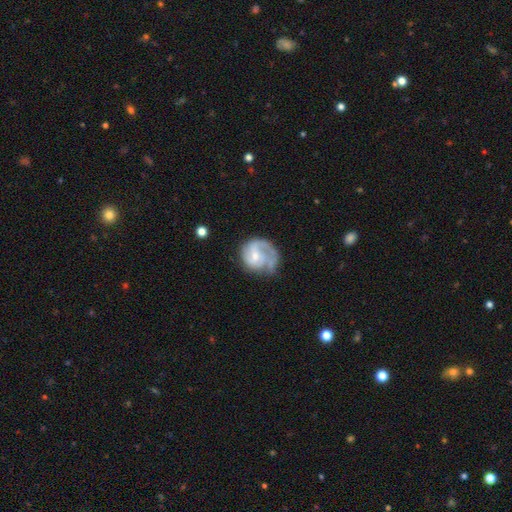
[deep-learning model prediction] Smooth or featured?
  - featured or disk: 73% *
  - smooth: 21%
  - star or artifact: 6%
Edge-on disk?
  - no: 98% *
  - yes: 2%
Bar?
  - no: 50% *
  - weak: 43%
  - strong: 7%
Spiral arms?
  - yes: 89% *
  - no: 11%
Spiral winding?
  - medium: 42% *
  - tight: 37%
  - loose: 21%
Spiral arm count?
  - 2: 39% *
  - 1: 25%
  - can't tell: 18%
  - 3: 13%
  - 4: 3%
  - more than 4: 2%
Bulge size?
  - small: 54% *
  - moderate: 37%
  - none: 6%
  - large: 2%
  - dominant: 1%
Merging?
  - none: 45% *
  - minor disturbance: 27%
  - major disturbance: 26%
  - merger: 3%